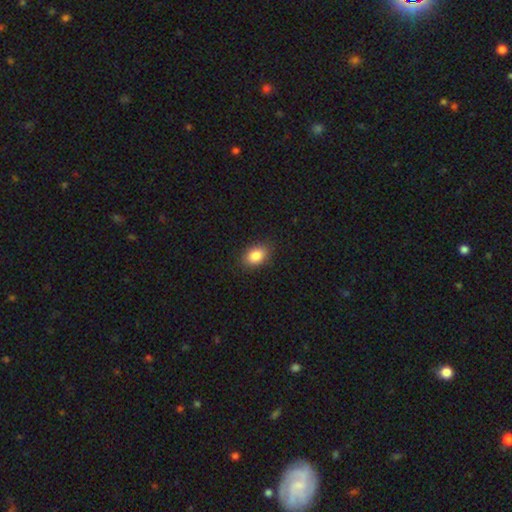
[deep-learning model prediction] Smooth or featured?
  - smooth: 86% *
  - star or artifact: 8%
  - featured or disk: 6%
How rounded?
  - in between: 83% *
  - round: 16%
  - cigar-shaped: 1%
Merging?
  - none: 87% *
  - minor disturbance: 10%
  - major disturbance: 2%
  - merger: 1%